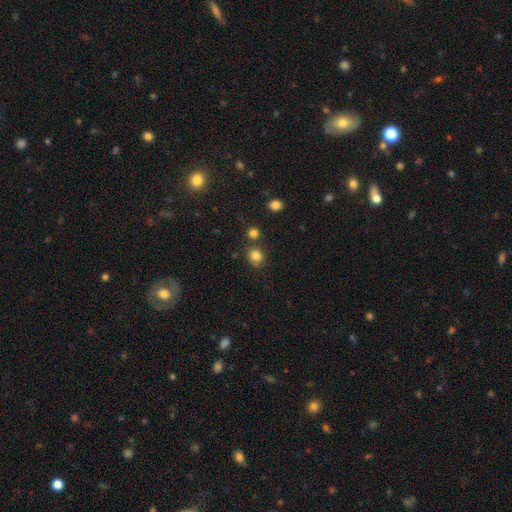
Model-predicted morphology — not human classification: The model was most divided on "how rounded": round: 80%, in between: 19%, cigar-shaped: 1%. More confident: smooth or featured — smooth (82%); merging — none (76%).